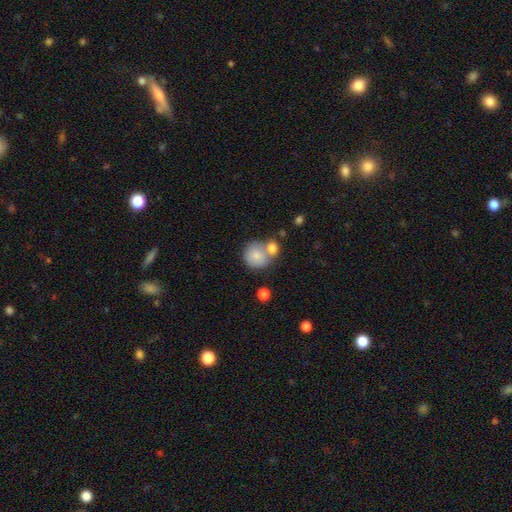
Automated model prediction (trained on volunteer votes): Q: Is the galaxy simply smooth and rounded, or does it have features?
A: smooth — 79%.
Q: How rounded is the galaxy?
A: round — 85%.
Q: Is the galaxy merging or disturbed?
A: merger — 46%.